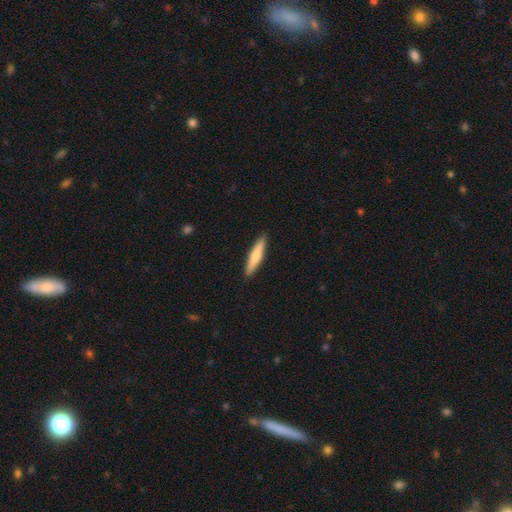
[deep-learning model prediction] This appears to be a smooth galaxy with no disk features (67%) that is cigar-shaped (87%). Merging: none (91%).